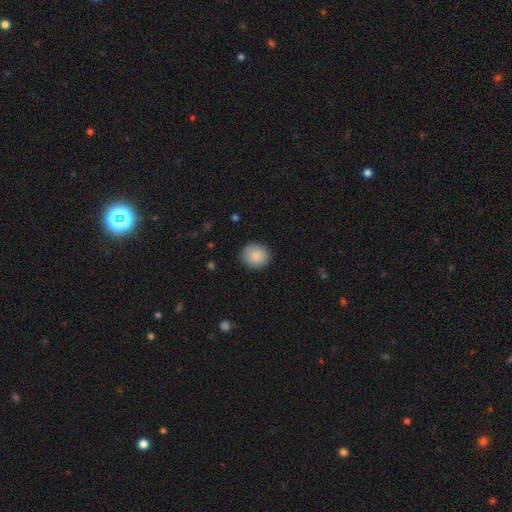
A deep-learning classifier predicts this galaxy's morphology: This is clearly a smooth galaxy (88%). How rounded: clearly round (83%). Merging: clearly none (89%).